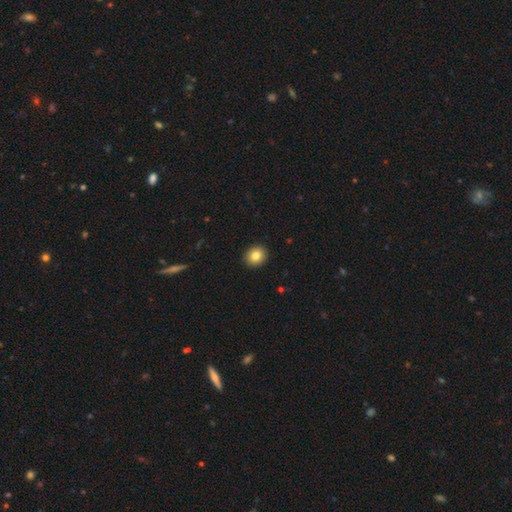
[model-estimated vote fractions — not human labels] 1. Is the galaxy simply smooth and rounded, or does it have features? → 83% smooth, 9% star or artifact, 8% featured or disk.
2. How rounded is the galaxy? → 69% round, 30% in between, 1% cigar-shaped.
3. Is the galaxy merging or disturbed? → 91% none, 6% minor disturbance, 2% major disturbance, 1% merger.